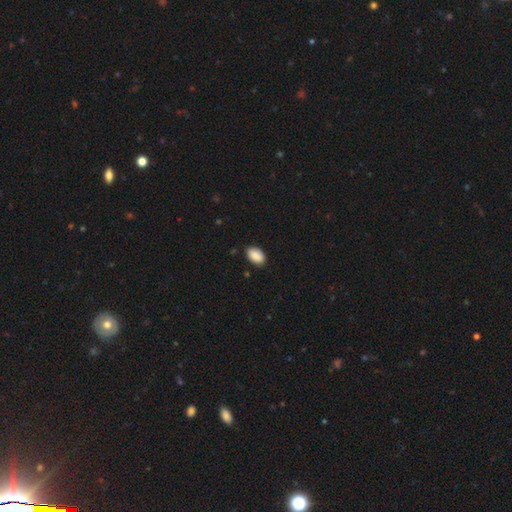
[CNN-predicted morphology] smooth-or-featured: smooth: 90% | star or artifact: 7% | featured or disk: 3%
  how-rounded: in between: 92% | round: 7% | cigar-shaped: 1%
  merging: none: 86% | minor disturbance: 11% | major disturbance: 2% | merger: 1%